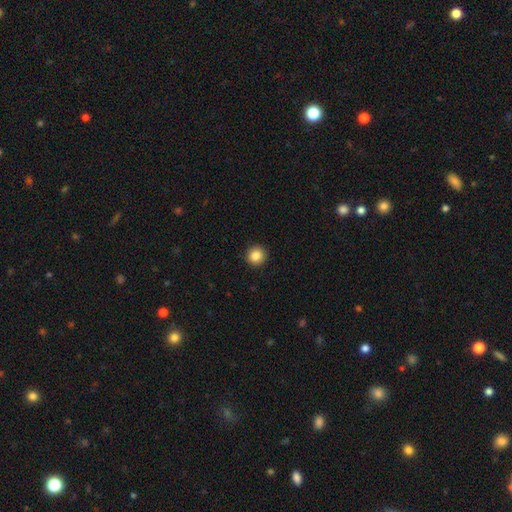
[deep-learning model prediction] Overall: smooth (85%). How rounded: round (93%). Merging: none (93%).